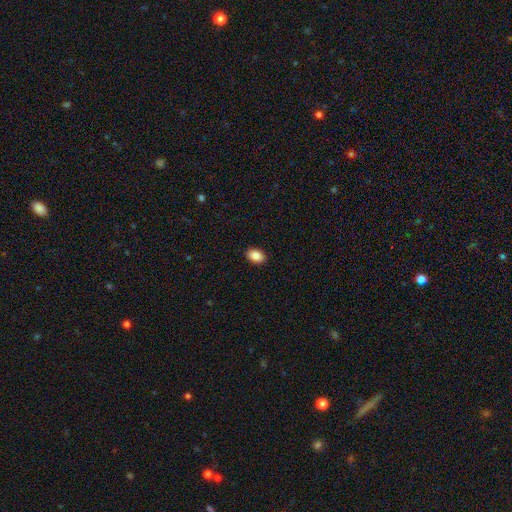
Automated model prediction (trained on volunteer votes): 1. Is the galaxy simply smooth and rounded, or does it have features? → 87% smooth, 8% star or artifact, 5% featured or disk.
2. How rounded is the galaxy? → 82% in between, 17% round, 1% cigar-shaped.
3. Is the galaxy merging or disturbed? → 91% none, 7% minor disturbance, 2% major disturbance, 1% merger.